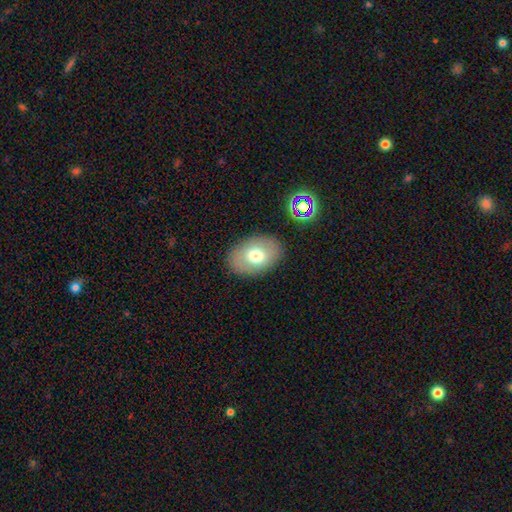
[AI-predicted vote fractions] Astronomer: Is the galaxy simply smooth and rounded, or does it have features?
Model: smooth — 70%.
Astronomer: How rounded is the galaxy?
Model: in between — 81%.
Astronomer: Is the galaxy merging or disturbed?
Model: none — 86%.